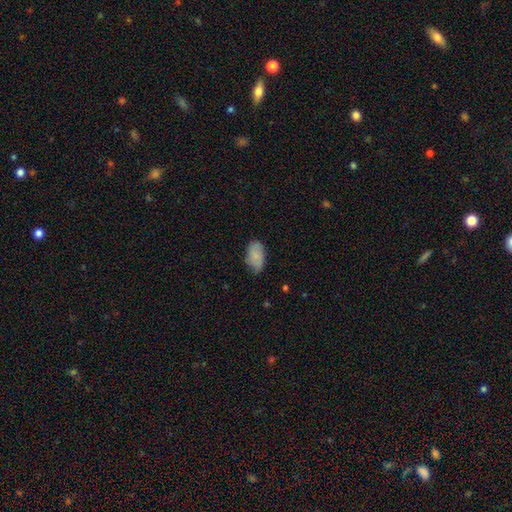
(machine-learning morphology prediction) This is likely a smooth galaxy (77%). How rounded: clearly in between (94%). Merging: likely none (65%).